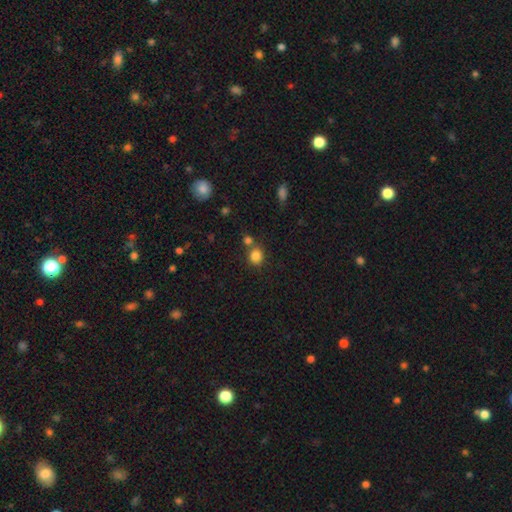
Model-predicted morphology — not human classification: Q: Smooth or featured?
A: smooth (83%); runner-up: star or artifact (12%)
Q: How rounded?
A: round (75%); runner-up: in between (24%)
Q: Merging?
A: none (64%); runner-up: merger (22%)